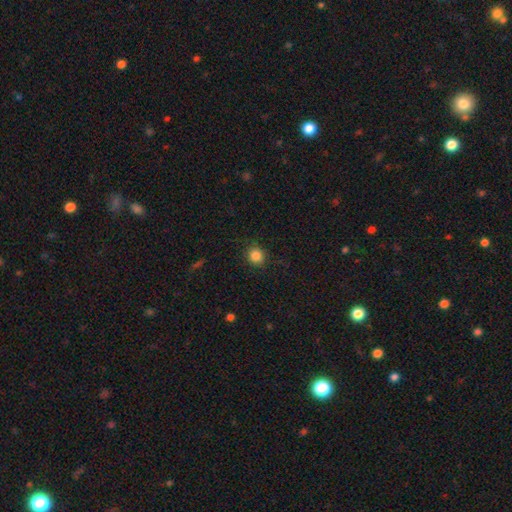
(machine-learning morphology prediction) smooth 85%, star or artifact 11%, featured or disk 4%. Down the decision tree: how rounded — round (85%); merging — none (87%).